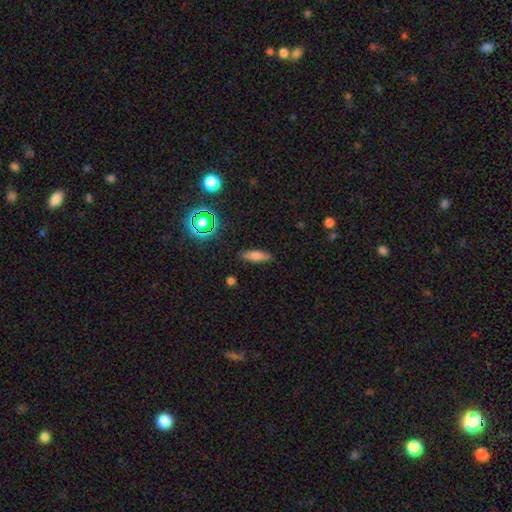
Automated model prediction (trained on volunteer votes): smooth-or-featured: smooth: 70% | featured or disk: 18% | star or artifact: 12%
  how-rounded: cigar-shaped: 54% | in between: 42% | round: 3%
  merging: none: 83% | minor disturbance: 12% | major disturbance: 3% | merger: 2%